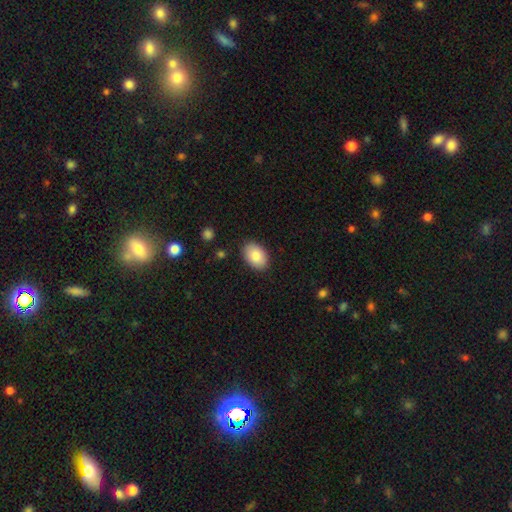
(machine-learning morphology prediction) Q: Smooth or featured?
A: smooth (85%); runner-up: featured or disk (8%)
Q: How rounded?
A: in between (87%); runner-up: round (12%)
Q: Merging?
A: none (87%); runner-up: minor disturbance (10%)